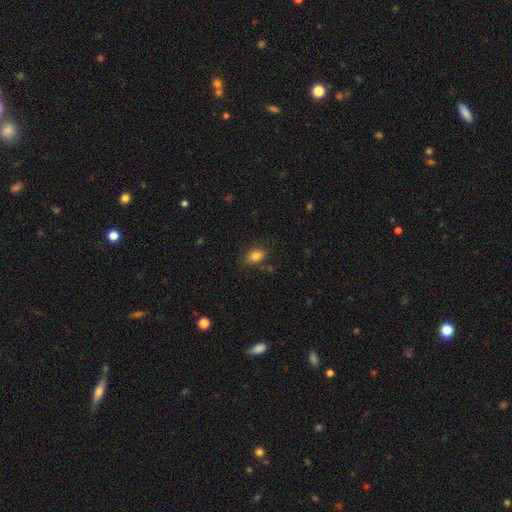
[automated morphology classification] This appears to be a smooth galaxy with no disk features (82%) that is in between round and cigar-shaped (84%). Merging: none (80%).